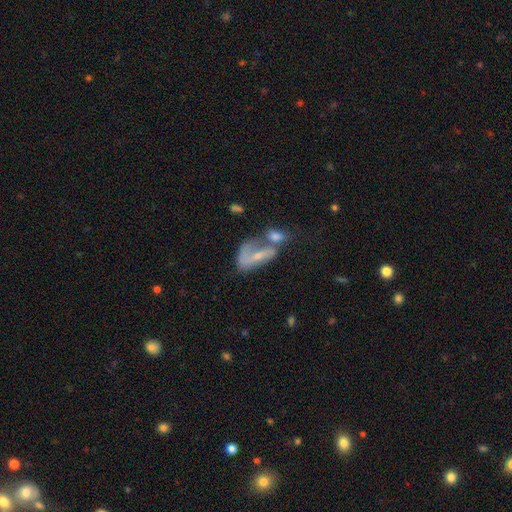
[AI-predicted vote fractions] Q: Smooth or featured?
A: featured or disk (56%); runner-up: smooth (34%)
Q: Edge-on disk?
A: no (89%); runner-up: yes (11%)
Q: Bar?
A: no (42%); runner-up: weak (32%)
Q: Spiral arms?
A: yes (60%); runner-up: no (40%)
Q: Bulge size?
A: small (58%); runner-up: moderate (28%)
Q: Merging?
A: merger (52%); runner-up: none (21%)